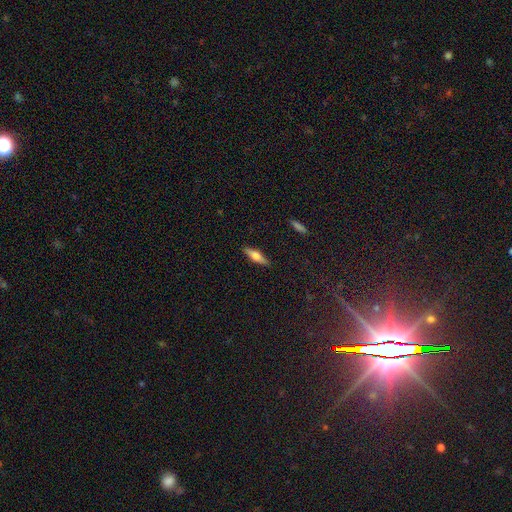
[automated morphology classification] A featured or disk galaxy (48%).

Vote fractions:
- Smooth or featured? featured or disk: 48% / smooth: 45% / star or artifact: 7%
- Merging? none: 89% / minor disturbance: 8% / major disturbance: 2% / merger: 1%